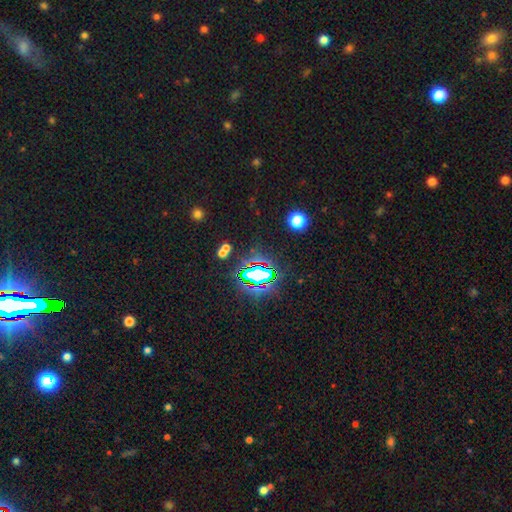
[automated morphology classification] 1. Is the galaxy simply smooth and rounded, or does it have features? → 80% star or artifact, 12% smooth, 8% featured or disk.